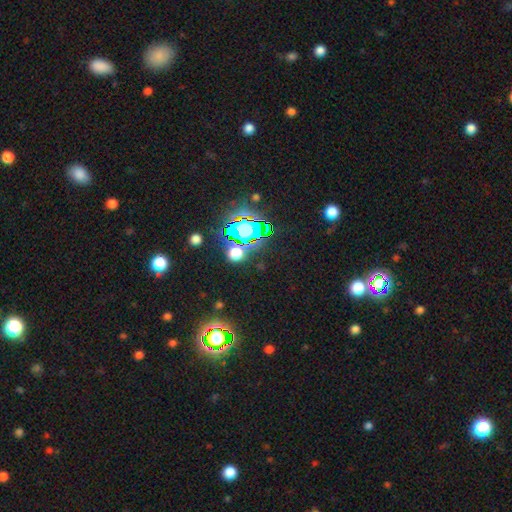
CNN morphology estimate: A star or artifact, not a galaxy (78%).

Vote fractions:
- Smooth or featured? star or artifact: 78% / smooth: 13% / featured or disk: 8%